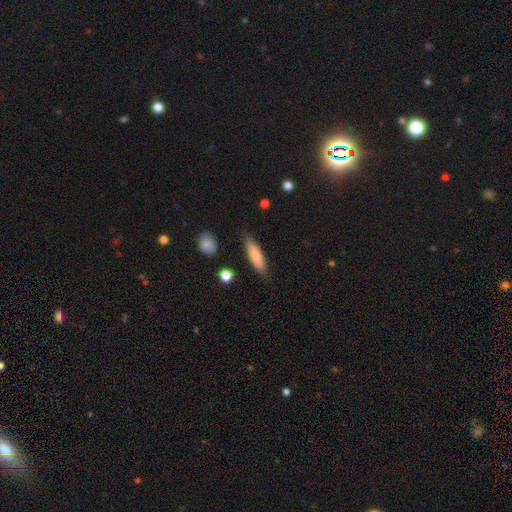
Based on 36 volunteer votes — smooth_or_featured: smooth (p=0.86) [alt: featured or disk p=0.11]
how_rounded: cigar-shaped (p=0.71) [alt: in between p=0.29]
merging: none (p=0.94) [alt: minor disturbance p=0.03]